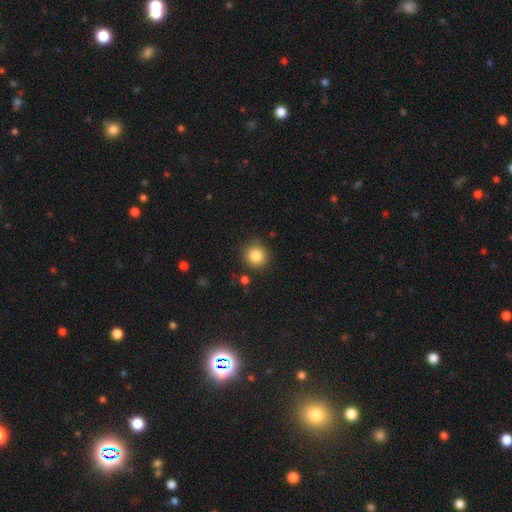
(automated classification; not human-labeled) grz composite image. It shows a smooth galaxy with no disk features (85%) that is round (91%). Merging: none (86%).